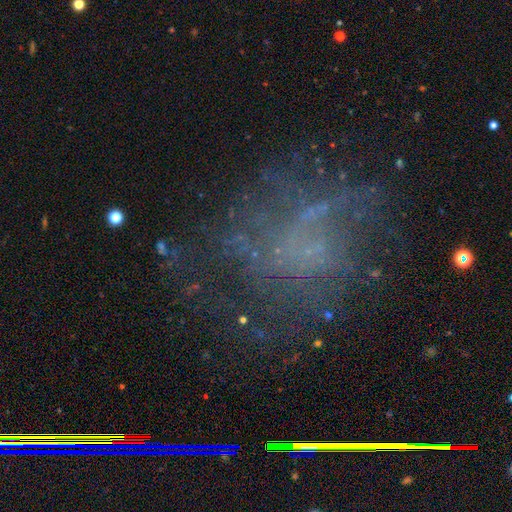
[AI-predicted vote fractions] Smooth or featured?
  - featured or disk: 50% *
  - star or artifact: 28%
  - smooth: 22%
Merging?
  - none: 54% *
  - major disturbance: 26%
  - minor disturbance: 17%
  - merger: 3%